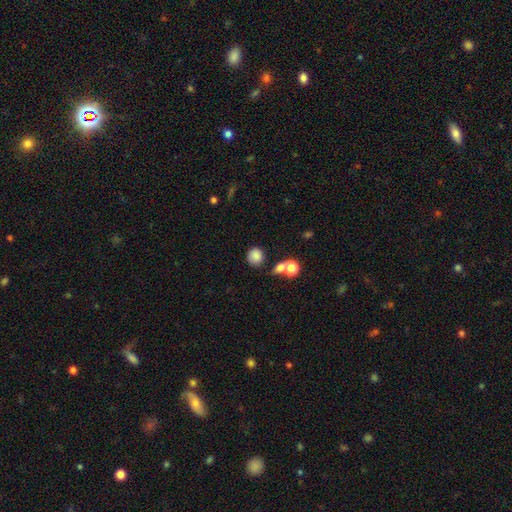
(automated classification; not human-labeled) This appears to be a smooth galaxy with no disk features (81%) that is round (81%). Merging: none (65%).